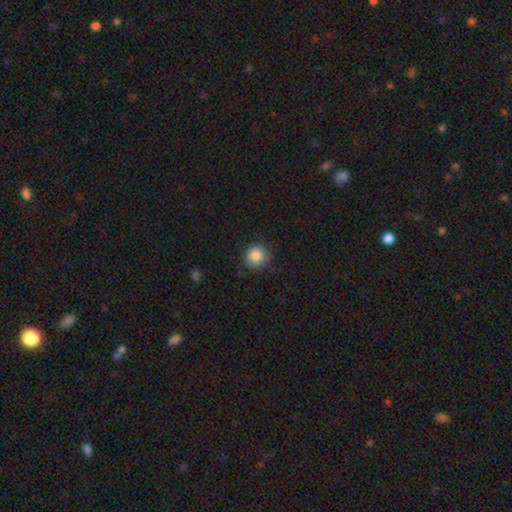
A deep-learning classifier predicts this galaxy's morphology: Q: Smooth or featured?
A: smooth (85%); runner-up: star or artifact (9%)
Q: How rounded?
A: round (92%); runner-up: in between (7%)
Q: Merging?
A: none (81%); runner-up: minor disturbance (15%)